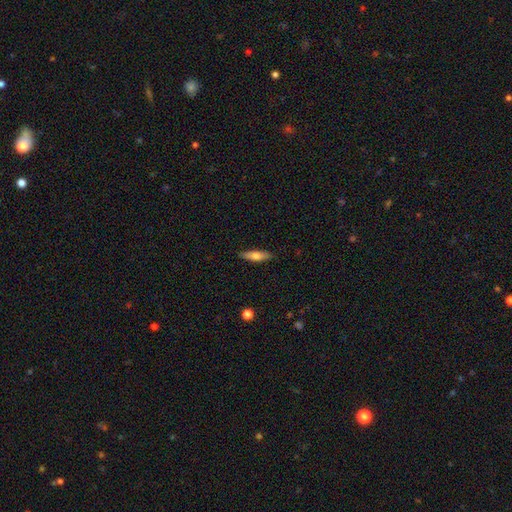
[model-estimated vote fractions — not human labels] Smooth or featured? smooth (62%)
How rounded? cigar-shaped (64%)
Merging? none (88%)